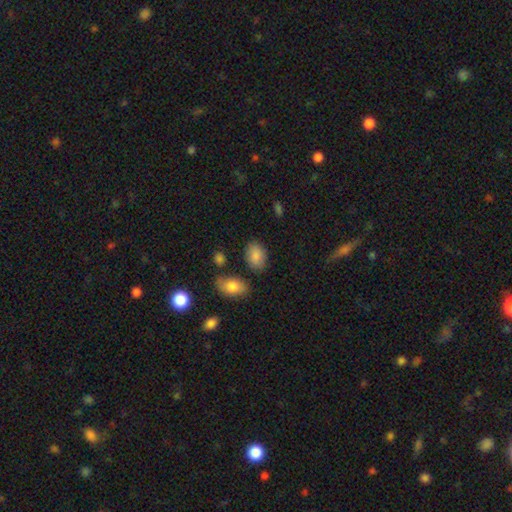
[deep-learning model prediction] Smooth or featured? Predicted: smooth (p=0.86). How rounded? Predicted: in between (p=0.84). Merging? Predicted: none (p=0.78).